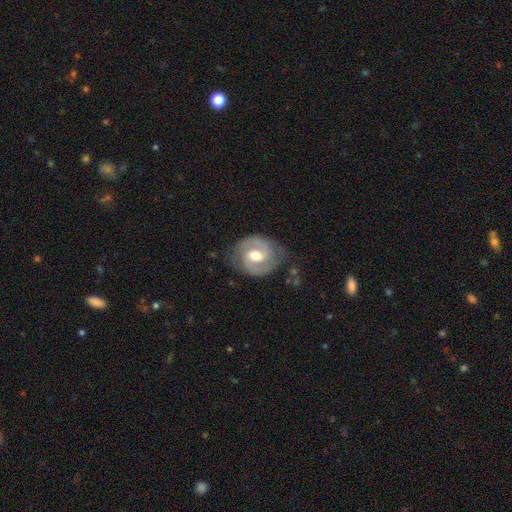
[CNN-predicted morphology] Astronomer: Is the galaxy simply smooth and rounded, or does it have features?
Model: featured or disk — 82%.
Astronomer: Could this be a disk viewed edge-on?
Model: no — 98%.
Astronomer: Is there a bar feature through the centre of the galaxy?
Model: weak — 49% (runner-up: no, 36%).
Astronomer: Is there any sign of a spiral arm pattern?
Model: yes — 93%.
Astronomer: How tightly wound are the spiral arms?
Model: medium — 51% (runner-up: tight, 37%).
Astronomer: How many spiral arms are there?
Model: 2 — 91%.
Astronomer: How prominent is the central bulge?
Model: moderate — 74%.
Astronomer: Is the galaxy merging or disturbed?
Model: none — 78%.